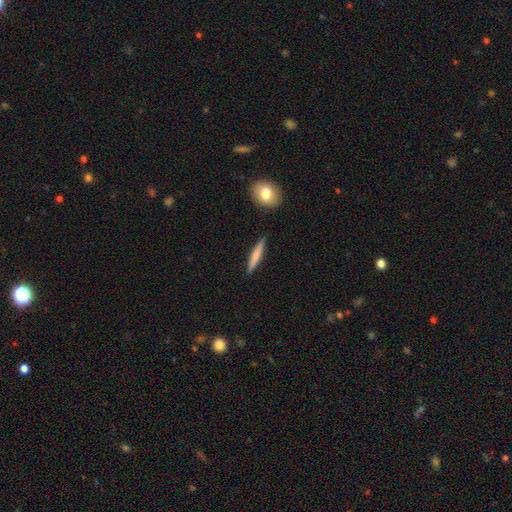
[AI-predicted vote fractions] Smooth or featured? smooth (66%)
How rounded? cigar-shaped (92%)
Merging? none (88%)